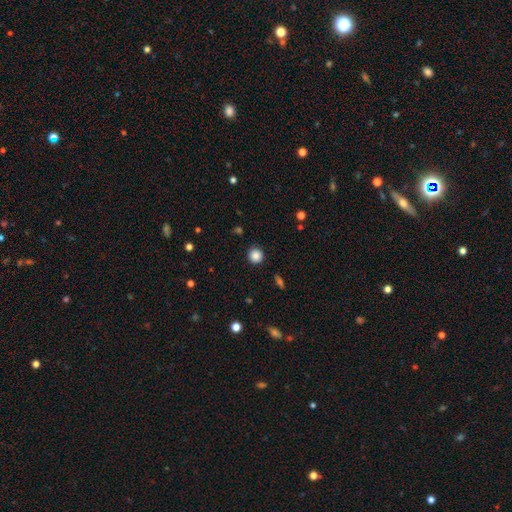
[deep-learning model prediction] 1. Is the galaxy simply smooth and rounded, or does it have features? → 85% smooth, 10% star or artifact, 5% featured or disk.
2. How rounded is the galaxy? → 94% round, 5% in between, 1% cigar-shaped.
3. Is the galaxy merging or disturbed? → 90% none, 7% minor disturbance, 2% major disturbance, 1% merger.